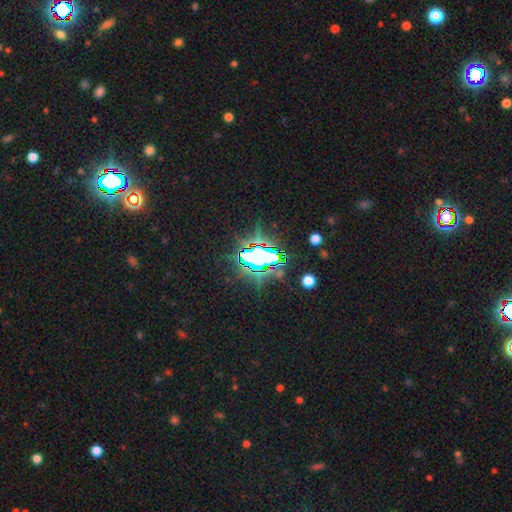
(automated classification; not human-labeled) A star or artifact, not a galaxy (81%).